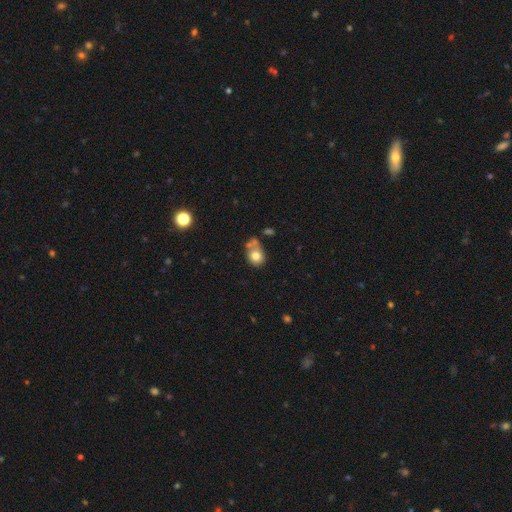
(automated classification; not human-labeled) smooth 75%, featured or disk 15%, star or artifact 10%. Down the decision tree: how rounded — round (61%); merging — none (38%).